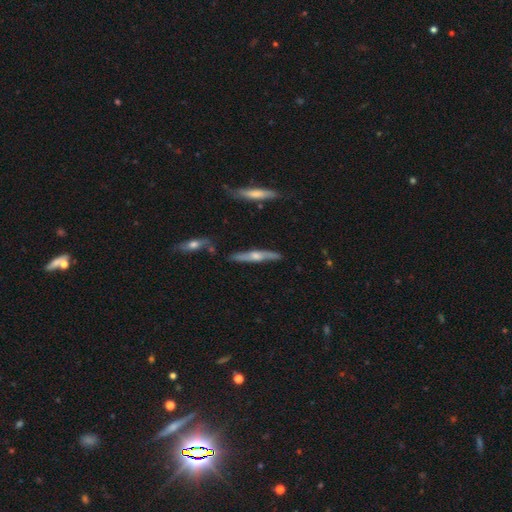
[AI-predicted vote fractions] Smooth or featured?
  - featured or disk: 68% *
  - smooth: 25%
  - star or artifact: 6%
Edge-on disk?
  - yes: 93% *
  - no: 7%
Edge-on bulge?
  - rounded: 87% *
  - none: 8%
  - boxy: 5%
Merging?
  - none: 83% *
  - minor disturbance: 12%
  - merger: 3%
  - major disturbance: 2%